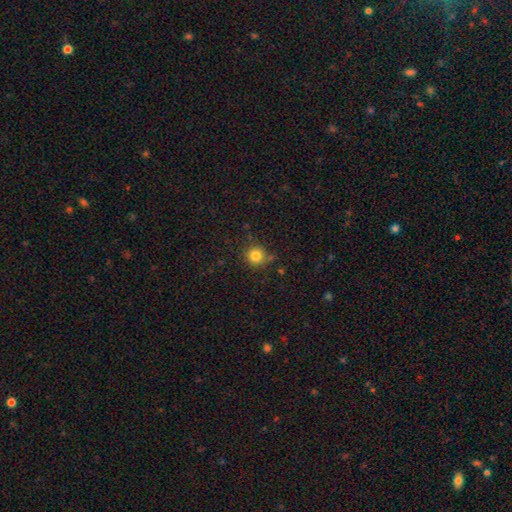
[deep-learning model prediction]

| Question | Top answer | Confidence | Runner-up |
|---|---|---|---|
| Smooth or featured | smooth | 83% | star or artifact (12%) |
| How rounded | round | 93% | in between (6%) |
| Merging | none | 82% | minor disturbance (10%) |